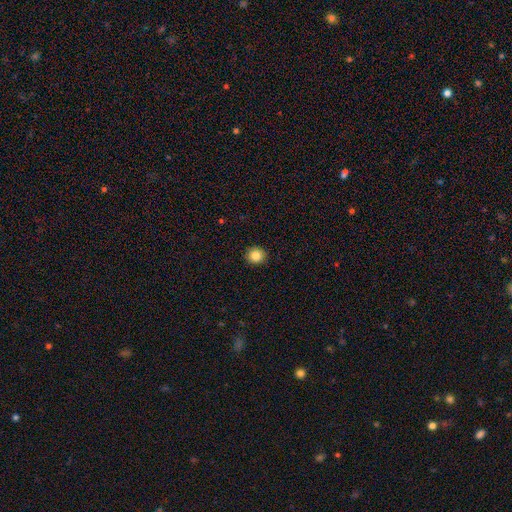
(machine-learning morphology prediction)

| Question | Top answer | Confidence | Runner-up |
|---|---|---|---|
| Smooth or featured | smooth | 85% | star or artifact (10%) |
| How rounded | round | 88% | in between (11%) |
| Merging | none | 92% | minor disturbance (6%) |